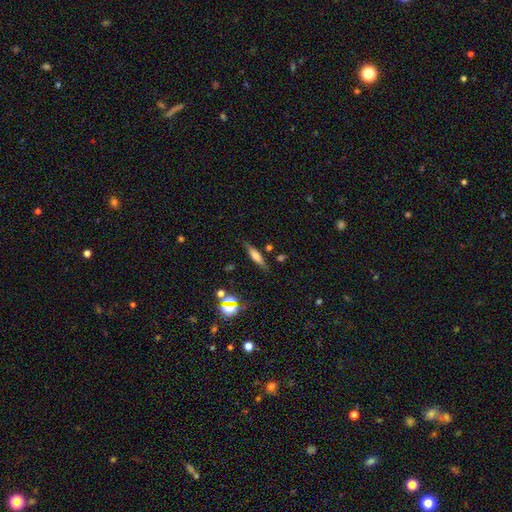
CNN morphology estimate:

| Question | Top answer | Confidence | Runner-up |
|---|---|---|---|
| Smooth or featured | smooth | 51% | featured or disk (36%) |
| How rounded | cigar-shaped | 71% | in between (25%) |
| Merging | none | 79% | minor disturbance (13%) |